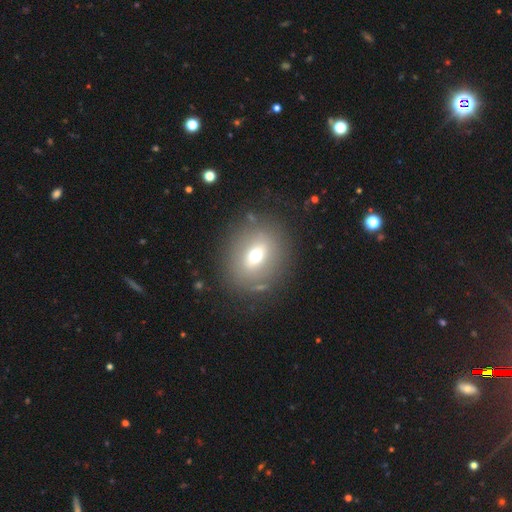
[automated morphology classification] A smooth galaxy with no disk features (55%) that is round (60%).

Vote fractions:
- Smooth or featured? smooth: 55% / featured or disk: 31% / star or artifact: 14%
- How rounded? round: 60% / in between: 38% / cigar-shaped: 1%
- Merging? none: 80% / minor disturbance: 11% / major disturbance: 6% / merger: 3%